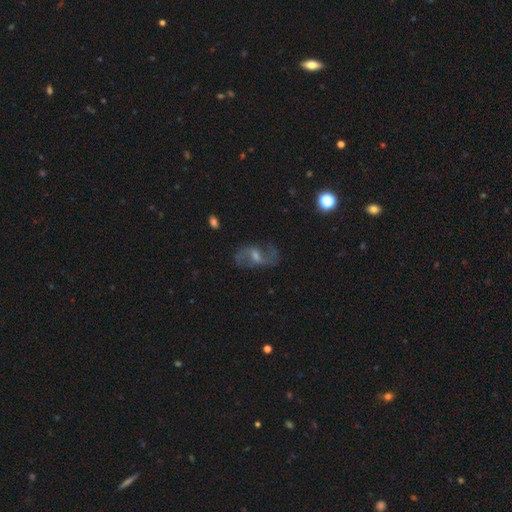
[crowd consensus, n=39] Morphology: type=featured or disk (79%); edge-on=no (90%); bar=weak (64%); spiral arms=yes (93%); winding=medium (46%); arm count=2 (85%); bulge=moderate (46%, tied with small); merging=none (89%).